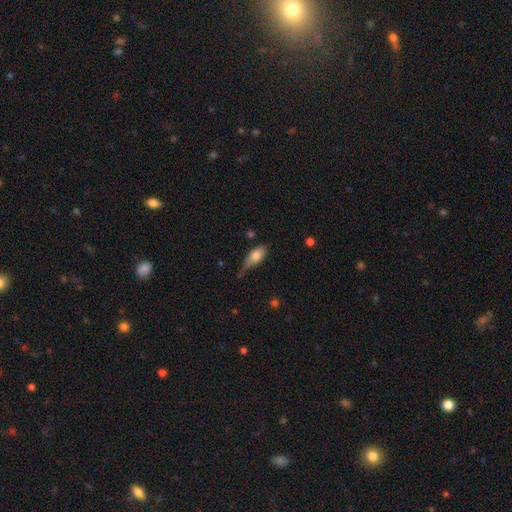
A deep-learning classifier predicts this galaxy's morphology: smooth 75%, featured or disk 17%, star or artifact 7%. Down the decision tree: how rounded — in between (81%); merging — minor disturbance (41%).